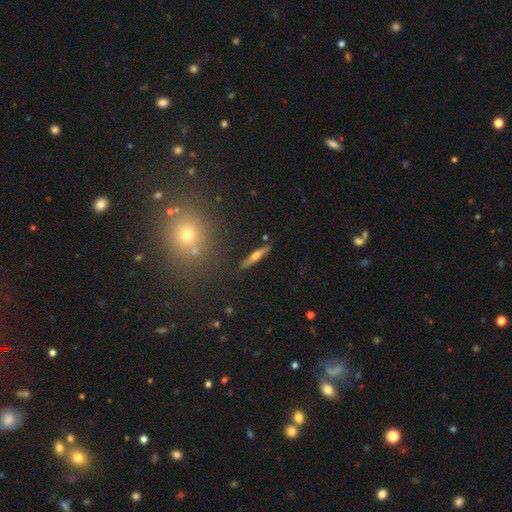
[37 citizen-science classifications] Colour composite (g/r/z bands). It shows a smooth galaxy with no disk features (51%) that is cigar-shaped (89%). Merging: none (86%).